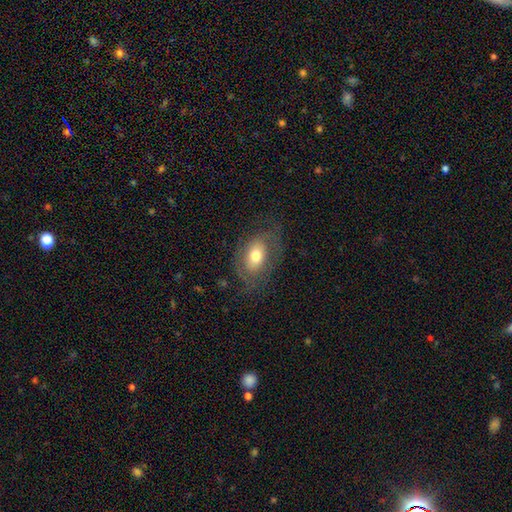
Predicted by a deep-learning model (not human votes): This appears to be a smooth galaxy with no disk features (55%) that is in between round and cigar-shaped (83%). Merging: none (64%).